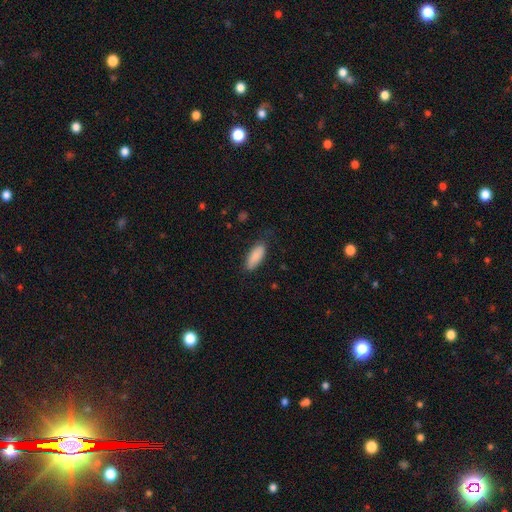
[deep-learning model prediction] A smooth galaxy with no disk features (87%) that is in between round and cigar-shaped (78%). Merging: none (75%).